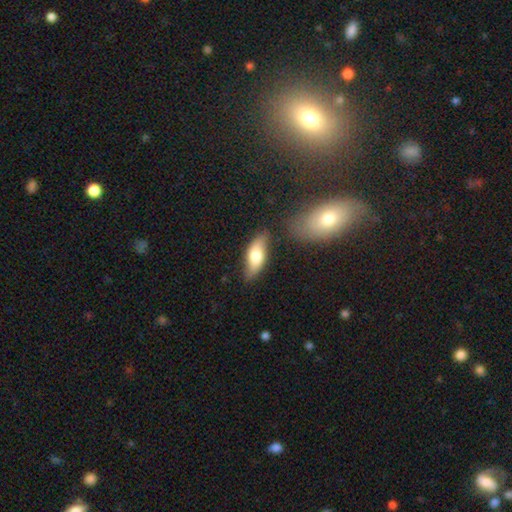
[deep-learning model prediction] smooth 66%, featured or disk 28%, star or artifact 6%. Down the decision tree: how rounded — in between (74%); merging — none (76%).